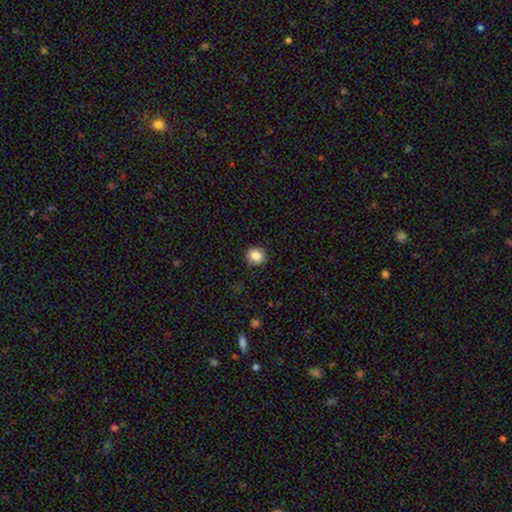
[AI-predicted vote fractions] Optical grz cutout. It shows a smooth galaxy with no disk features (86%) that is round (67%). Merging: none (86%).